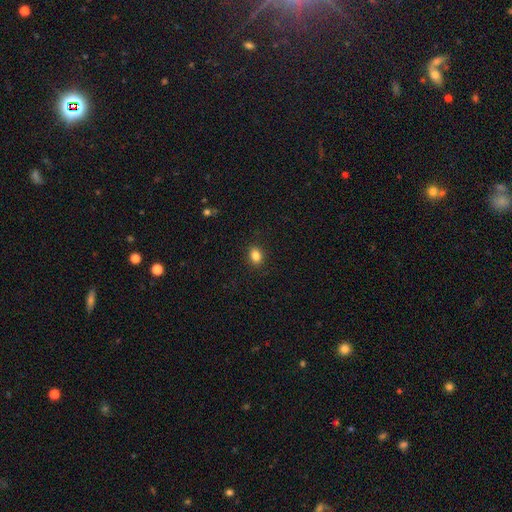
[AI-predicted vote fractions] smooth-or-featured: smooth: 84% | star or artifact: 11% | featured or disk: 5%
  how-rounded: in between: 58% | round: 41% | cigar-shaped: 1%
  merging: none: 89% | minor disturbance: 8% | major disturbance: 2% | merger: 1%